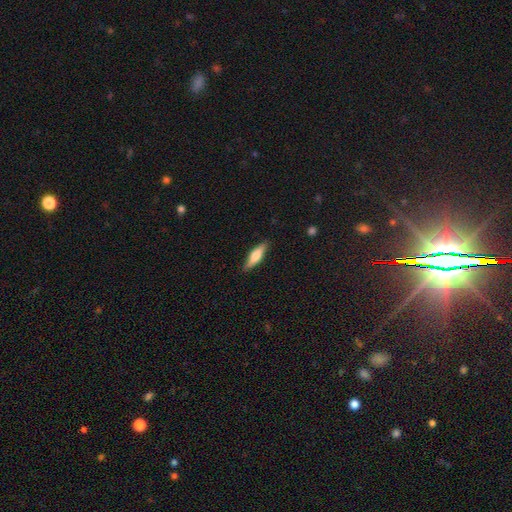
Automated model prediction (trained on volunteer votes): A smooth galaxy with no disk features (62%) that is cigar-shaped (63%). Merging: none (86%).